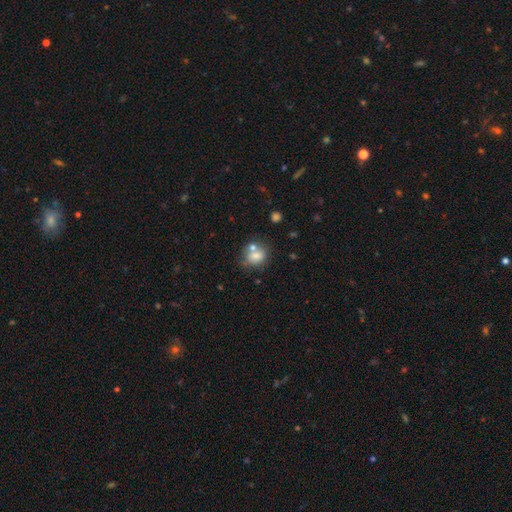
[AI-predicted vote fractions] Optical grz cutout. It shows a smooth galaxy with no disk features (71%) that is round (56%). Merging: none (50%).